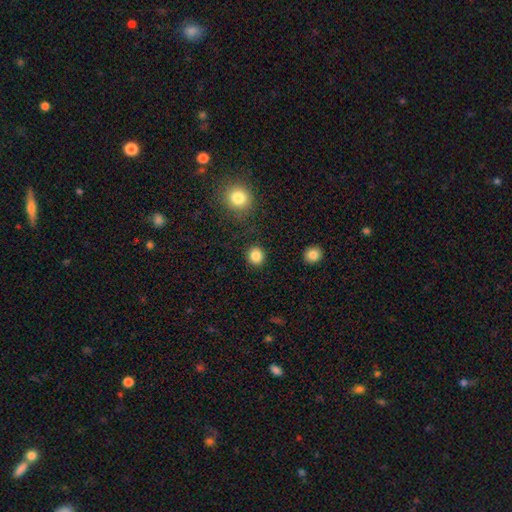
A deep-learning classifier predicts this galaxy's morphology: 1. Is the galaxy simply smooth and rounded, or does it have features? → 86% smooth, 10% star or artifact, 4% featured or disk.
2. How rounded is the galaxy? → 88% round, 11% in between, 1% cigar-shaped.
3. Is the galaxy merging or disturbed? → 89% none, 7% minor disturbance, 3% major disturbance, 2% merger.